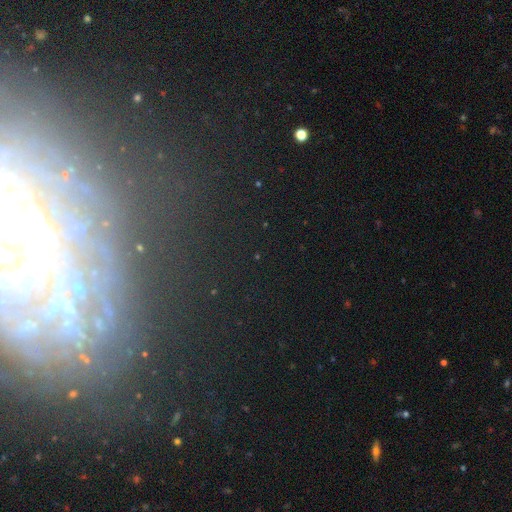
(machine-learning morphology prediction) smooth-or-featured: featured or disk: 54% | star or artifact: 30% | smooth: 15%
  disk-edge-on: no: 86% | yes: 14%
  merging: none: 71% | minor disturbance: 14% | major disturbance: 11% | merger: 4%